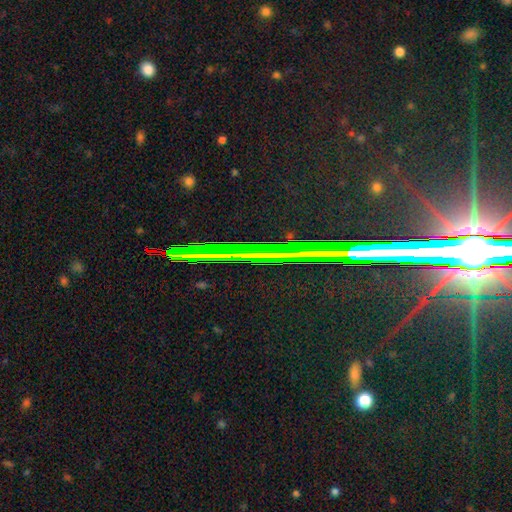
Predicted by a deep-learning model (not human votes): A star or artifact, not a galaxy (81%).

Vote fractions:
- Smooth or featured? star or artifact: 81% / featured or disk: 11% / smooth: 8%